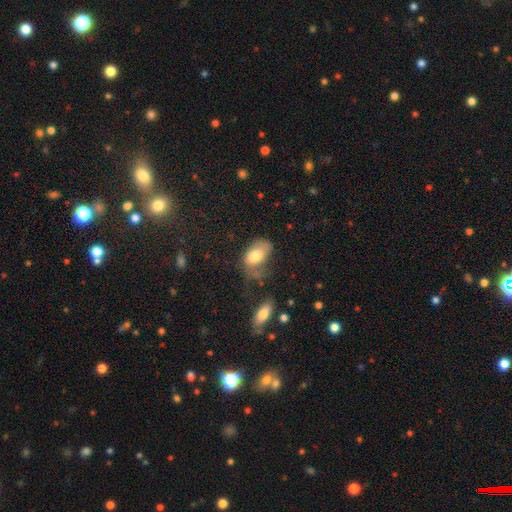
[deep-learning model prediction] smooth 73%, featured or disk 19%, star or artifact 8%. Down the decision tree: how rounded — in between (90%); merging — none (31%, tied with minor disturbance).